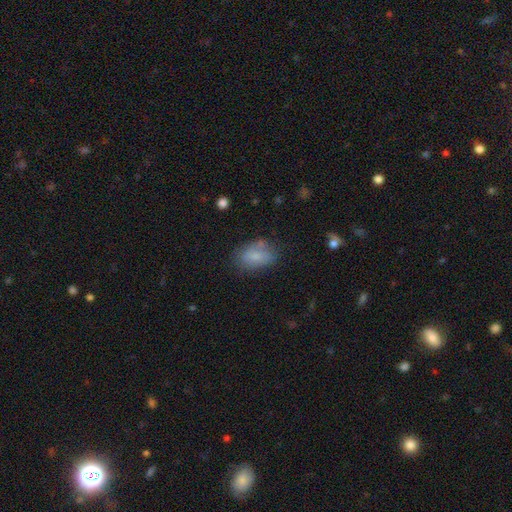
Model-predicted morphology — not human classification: Smooth or featured?
  - smooth: 76% *
  - featured or disk: 15%
  - star or artifact: 9%
How rounded?
  - in between: 88% *
  - round: 10%
  - cigar-shaped: 2%
Merging?
  - none: 64% *
  - minor disturbance: 24%
  - major disturbance: 8%
  - merger: 4%